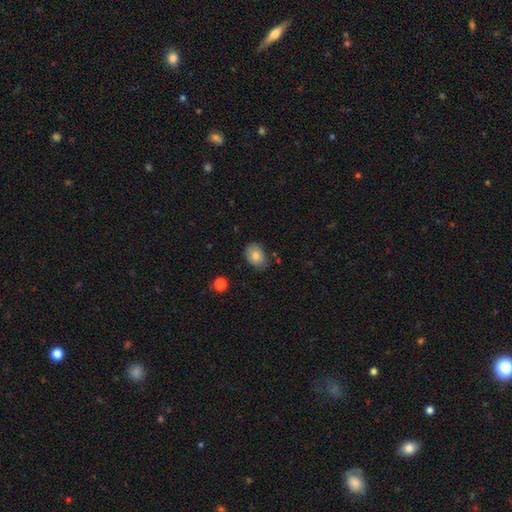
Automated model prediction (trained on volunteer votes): Morphology: type=smooth (81%); roundness=in between (68%); merging=none (77%).